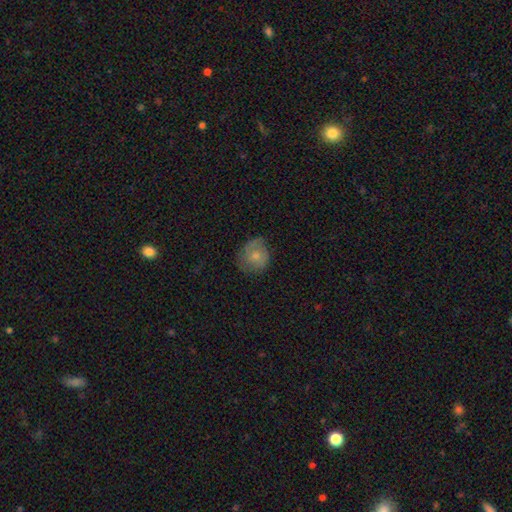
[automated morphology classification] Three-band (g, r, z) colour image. It shows a smooth galaxy with no disk features (66%) that is round (77%). Merging: none (65%).